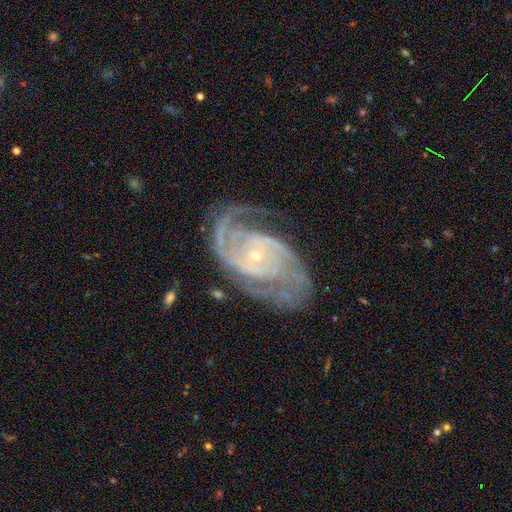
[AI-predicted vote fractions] Smooth or featured?
  - featured or disk: 91% *
  - star or artifact: 5%
  - smooth: 3%
Edge-on disk?
  - no: 97% *
  - yes: 3%
Bar?
  - no: 65% *
  - weak: 25%
  - strong: 9%
Spiral arms?
  - yes: 98% *
  - no: 2%
Spiral winding?
  - tight: 51% *
  - medium: 41%
  - loose: 9%
Spiral arm count?
  - 2: 57% *
  - 3: 15%
  - can't tell: 11%
  - 4: 7%
  - 1: 5%
  - more than 4: 5%
Bulge size?
  - small: 82% *
  - moderate: 14%
  - none: 1%
  - large: 1%
  - dominant: 1%
Merging?
  - none: 69% *
  - minor disturbance: 19%
  - major disturbance: 11%
  - merger: 2%